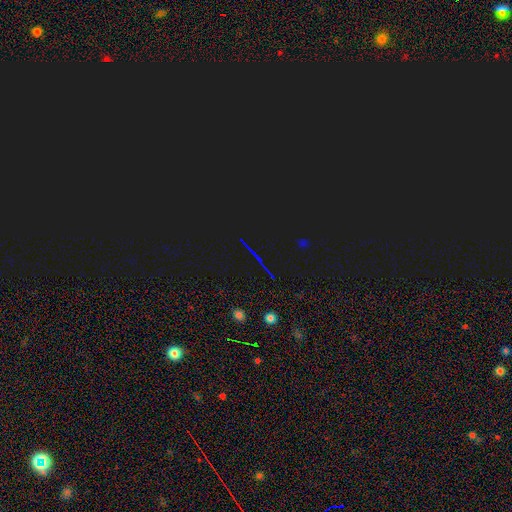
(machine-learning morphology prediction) This is likely a star or artifact rather than a galaxy (78%).